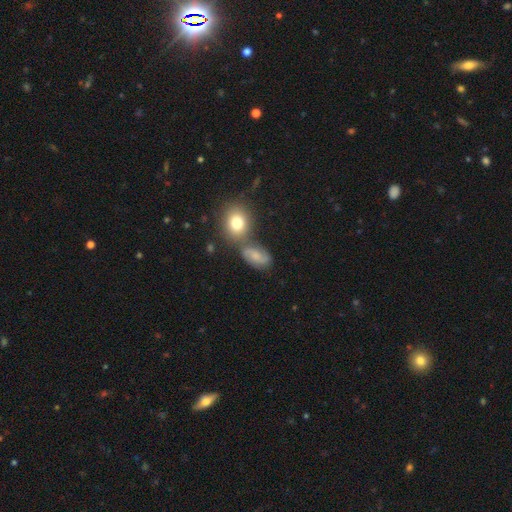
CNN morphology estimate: This appears to be a smooth galaxy with no disk features (45%). Merging: none (58%).